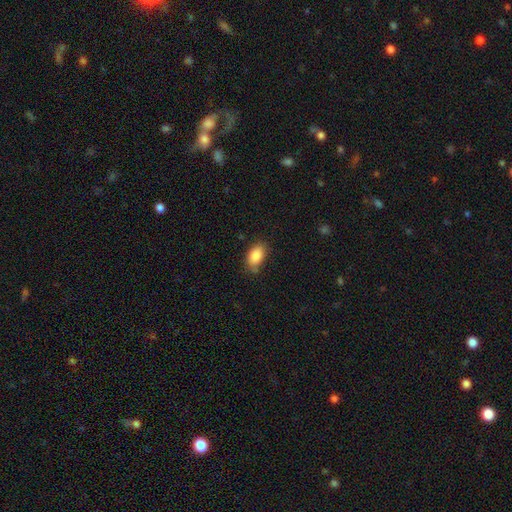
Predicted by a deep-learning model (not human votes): The model was most divided on "merging": none: 71%, minor disturbance: 23%, major disturbance: 4%, merger: 2%. More confident: how rounded — in between (91%); smooth or featured — smooth (87%).